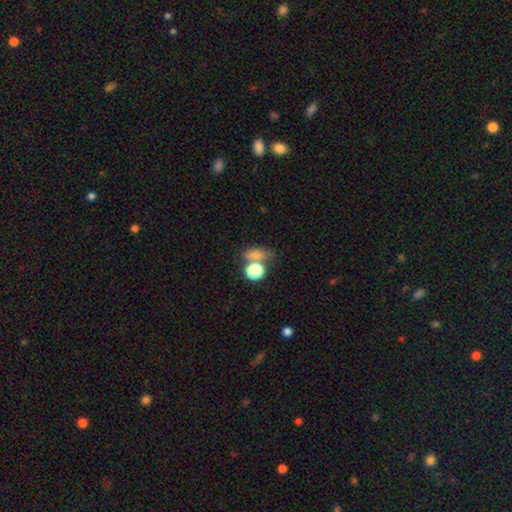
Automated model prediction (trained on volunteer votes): smooth_or_featured: smooth (p=0.75) [alt: star or artifact p=0.16]
how_rounded: in between (p=0.51) [alt: round p=0.41]
merging: none (p=0.46) [alt: merger p=0.32]